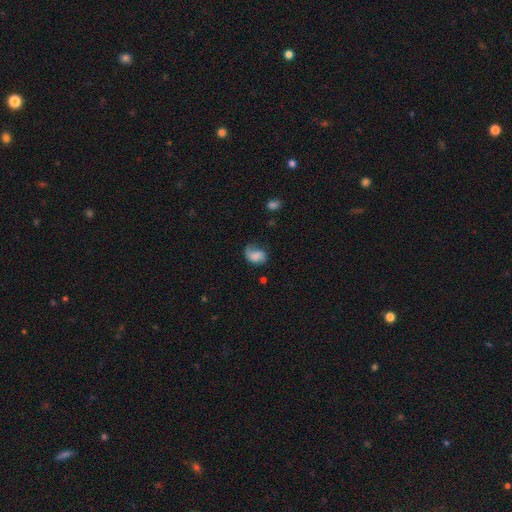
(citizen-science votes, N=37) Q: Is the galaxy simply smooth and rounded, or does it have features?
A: smooth — 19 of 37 (51%).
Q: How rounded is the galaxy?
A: in between — 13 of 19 (68%).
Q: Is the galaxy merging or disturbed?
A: none — 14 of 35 (40%).